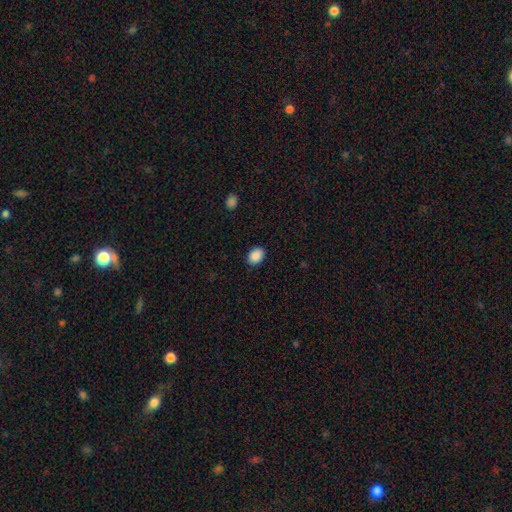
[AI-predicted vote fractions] This is clearly a smooth galaxy (90%). How rounded: likely in between (73%). Merging: clearly none (88%).